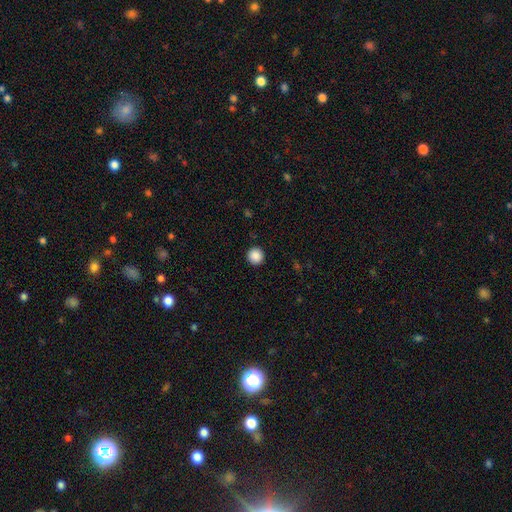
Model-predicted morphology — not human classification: Smooth or featured? Predicted: smooth (p=0.89). How rounded? Predicted: round (p=0.96). Merging? Predicted: none (p=0.93).